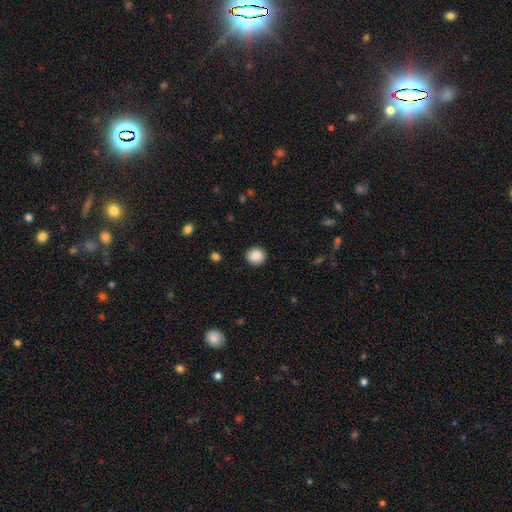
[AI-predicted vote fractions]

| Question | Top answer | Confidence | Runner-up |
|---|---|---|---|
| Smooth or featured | smooth | 89% | star or artifact (8%) |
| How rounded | round | 90% | in between (9%) |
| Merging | none | 91% | minor disturbance (6%) |